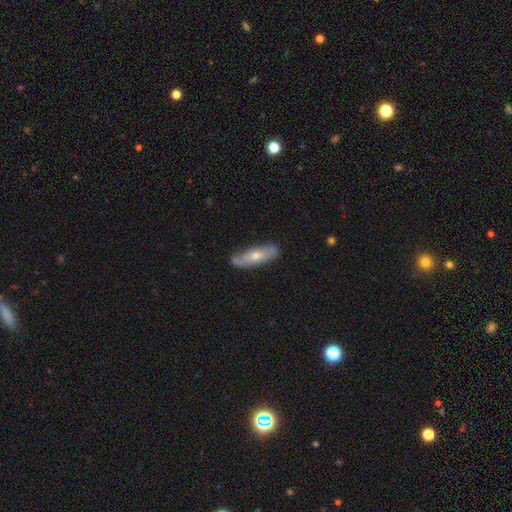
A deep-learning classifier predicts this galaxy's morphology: smooth_or_featured: featured or disk (p=0.52) [alt: smooth p=0.41]
disk_edge_on: no (p=0.62) [alt: yes p=0.38]
merging: none (p=0.77) [alt: minor disturbance p=0.18]